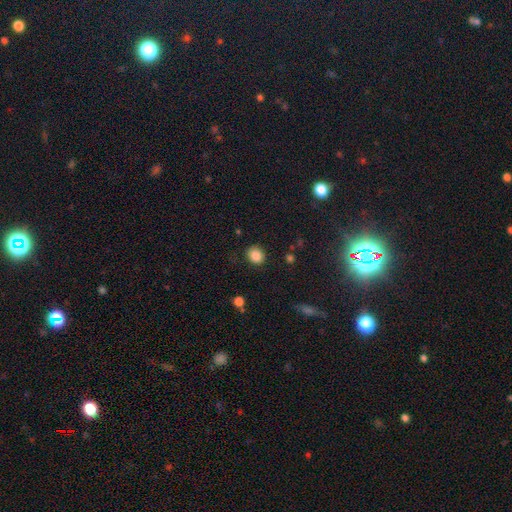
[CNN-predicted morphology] This appears to be a smooth galaxy with no disk features (86%) that is round (70%). Merging: none (85%).